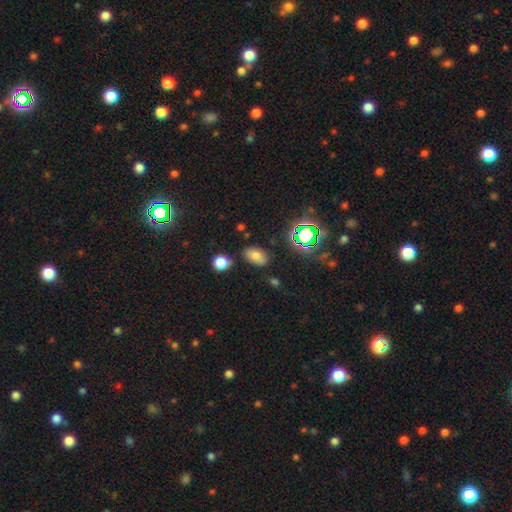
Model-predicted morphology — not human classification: type=smooth (68%); roundness=in between (87%); merging=none (78%).